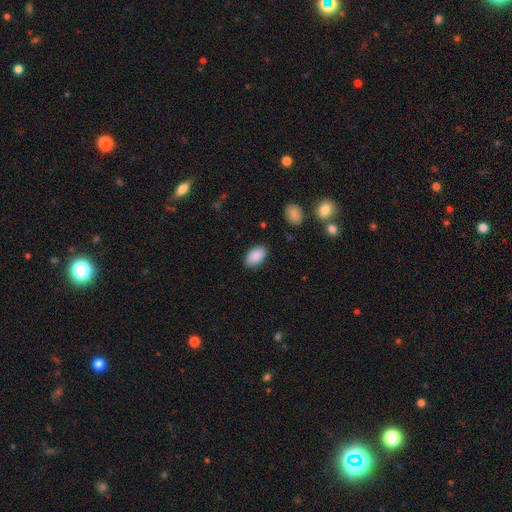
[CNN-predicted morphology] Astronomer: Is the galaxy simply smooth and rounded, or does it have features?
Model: smooth — 89%.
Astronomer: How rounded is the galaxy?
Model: in between — 93%.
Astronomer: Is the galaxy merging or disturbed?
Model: none — 85%.